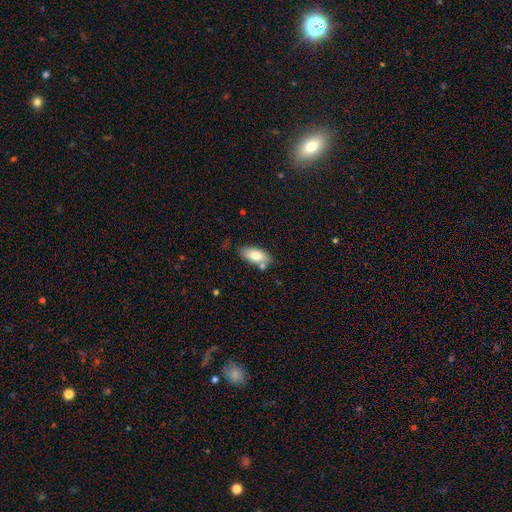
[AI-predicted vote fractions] smooth-or-featured: smooth: 79% | featured or disk: 14% | star or artifact: 7%
  how-rounded: in between: 90% | cigar-shaped: 7% | round: 3%
  merging: none: 67% | minor disturbance: 18% | merger: 11% | major disturbance: 4%